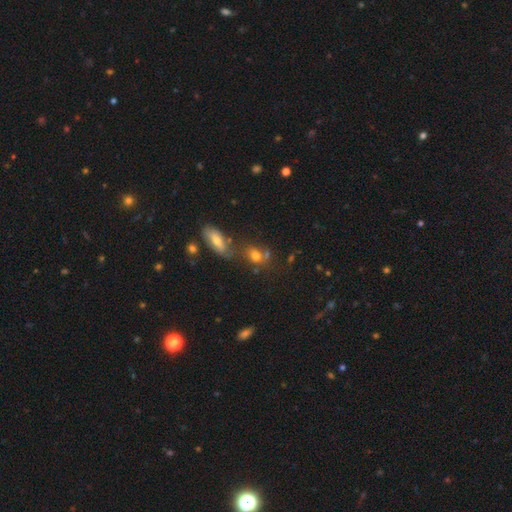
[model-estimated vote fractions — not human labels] A smooth galaxy with no disk features (72%) that is in between round and cigar-shaped (59%).

Vote fractions:
- Smooth or featured? smooth: 72% / featured or disk: 15% / star or artifact: 14%
- How rounded? in between: 59% / round: 37% / cigar-shaped: 4%
- Merging? none: 47% / merger: 29% / minor disturbance: 16% / major disturbance: 8%